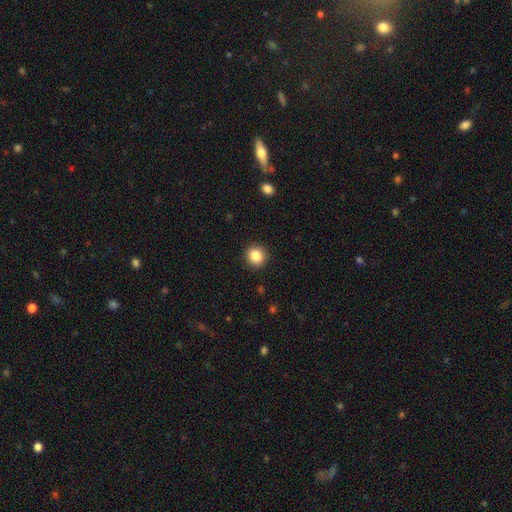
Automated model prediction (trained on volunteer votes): Smooth or featured? Predicted: smooth (p=0.86). How rounded? Predicted: round (p=0.90). Merging? Predicted: none (p=0.92).